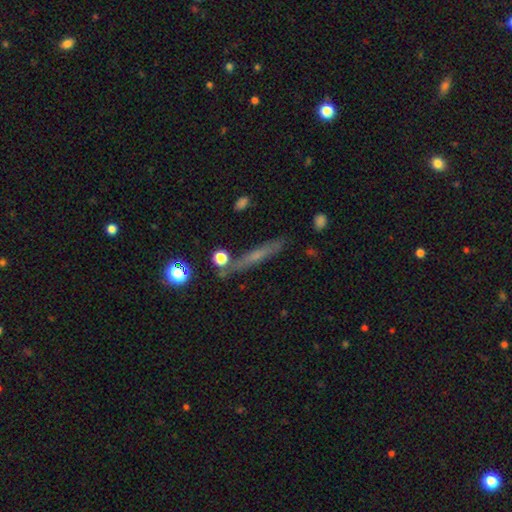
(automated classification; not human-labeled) Smooth or featured: featured or disk — 50% (smooth — 37%)
Merging: none — 81% (minor disturbance — 11%)